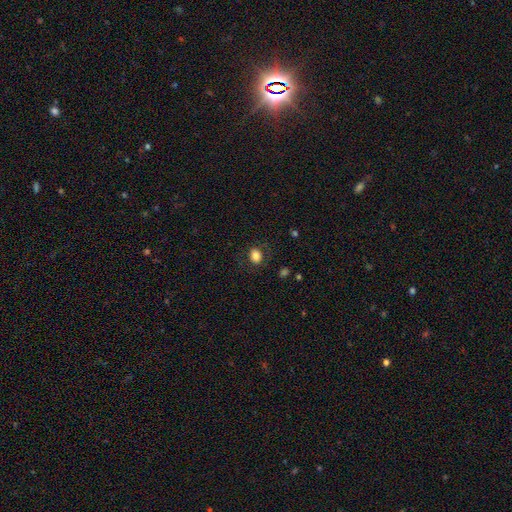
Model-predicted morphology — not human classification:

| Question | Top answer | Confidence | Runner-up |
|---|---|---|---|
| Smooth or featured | smooth | 82% | star or artifact (10%) |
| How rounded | in between | 62% | round (37%) |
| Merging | none | 80% | minor disturbance (13%) |